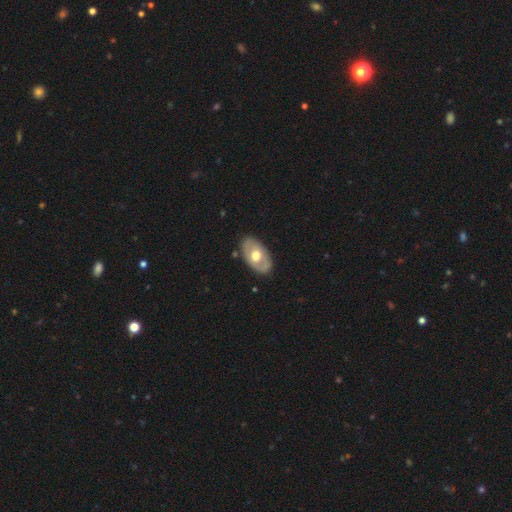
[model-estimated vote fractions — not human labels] Smooth or featured? Predicted: featured or disk (p=0.50). Edge-on disk? Predicted: no (p=0.88). Merging? Predicted: none (p=0.83).